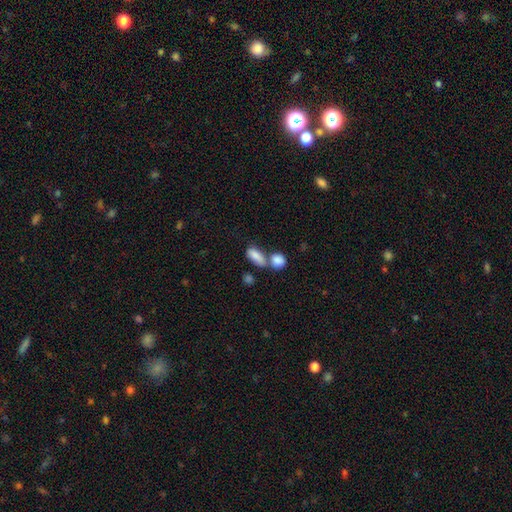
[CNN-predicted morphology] A smooth galaxy with no disk features (84%) that is in between round and cigar-shaped (82%).

Vote fractions:
- Smooth or featured? smooth: 84% / featured or disk: 9% / star or artifact: 7%
- How rounded? in between: 82% / cigar-shaped: 10% / round: 8%
- Merging? merger: 46% / none: 37% / minor disturbance: 11% / major disturbance: 5%